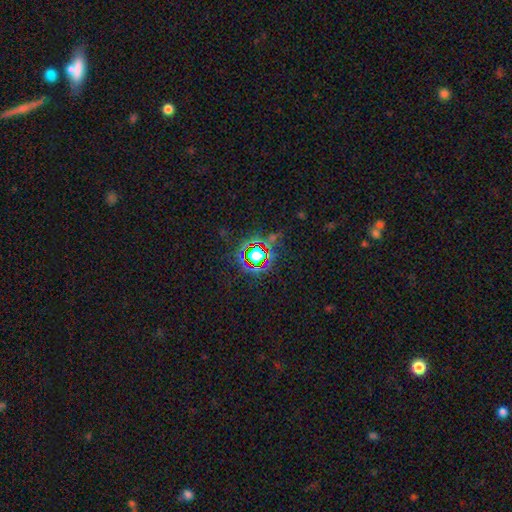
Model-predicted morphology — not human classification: Smooth or featured?
  - star or artifact: 70% *
  - smooth: 19%
  - featured or disk: 11%